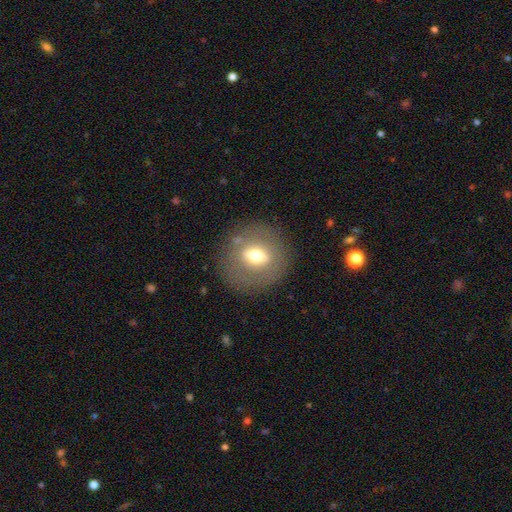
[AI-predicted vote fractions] A smooth galaxy with no disk features (48%). Merging: none (81%).